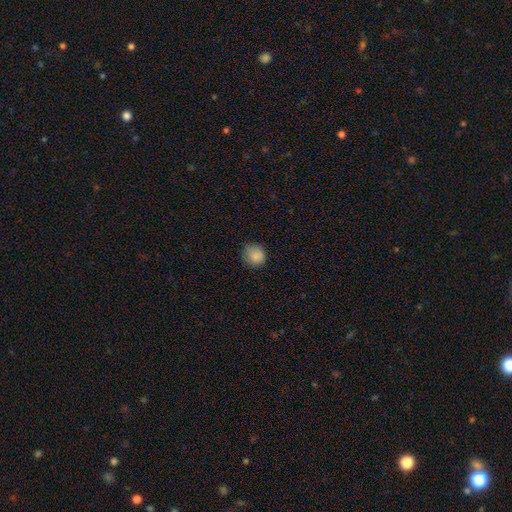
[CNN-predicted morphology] Smooth or featured: smooth — 86% (star or artifact — 10%)
How rounded: round — 85% (in between — 14%)
Merging: none — 76% (minor disturbance — 19%)